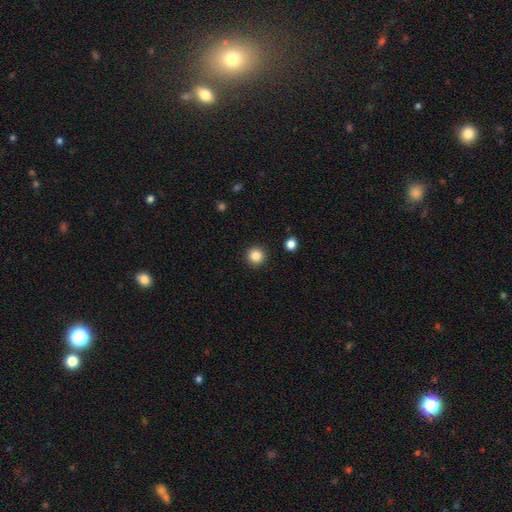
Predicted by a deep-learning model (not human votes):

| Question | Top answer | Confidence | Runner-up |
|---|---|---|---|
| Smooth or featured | smooth | 85% | star or artifact (11%) |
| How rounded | round | 96% | in between (3%) |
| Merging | none | 93% | minor disturbance (4%) |